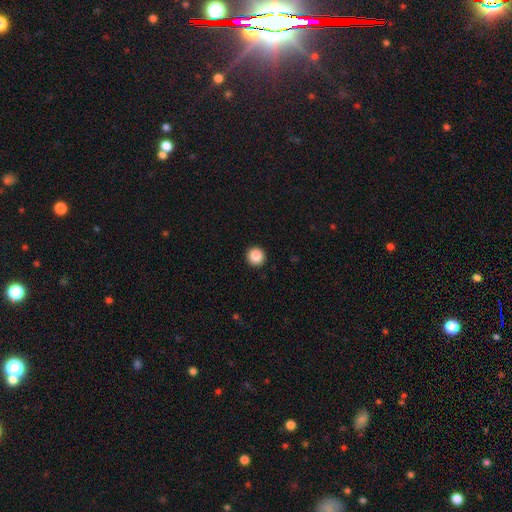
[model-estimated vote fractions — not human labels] Smooth or featured: smooth — 87% (star or artifact — 9%)
How rounded: round — 95% (in between — 4%)
Merging: none — 93% (minor disturbance — 4%)